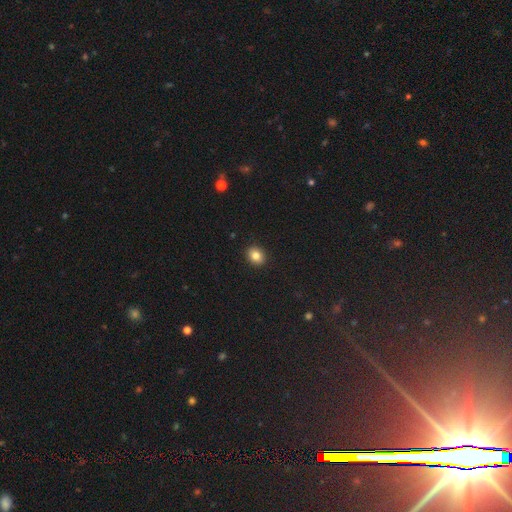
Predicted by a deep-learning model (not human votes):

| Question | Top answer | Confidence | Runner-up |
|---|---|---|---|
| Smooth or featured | smooth | 83% | star or artifact (10%) |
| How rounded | round | 53% | in between (46%) |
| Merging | none | 91% | minor disturbance (6%) |